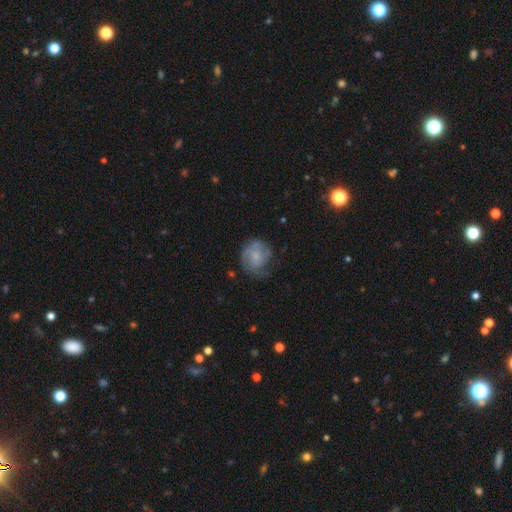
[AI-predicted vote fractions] Smooth or featured?
  - featured or disk: 48% *
  - smooth: 44%
  - star or artifact: 8%
Merging?
  - none: 55% *
  - minor disturbance: 26%
  - major disturbance: 17%
  - merger: 2%